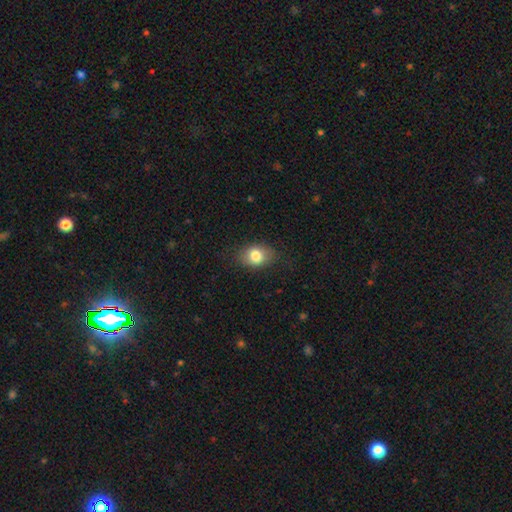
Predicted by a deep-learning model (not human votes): The model was most divided on "how rounded": in between: 68%, round: 31%, cigar-shaped: 1%. More confident: merging — none (81%); smooth or featured — smooth (80%).